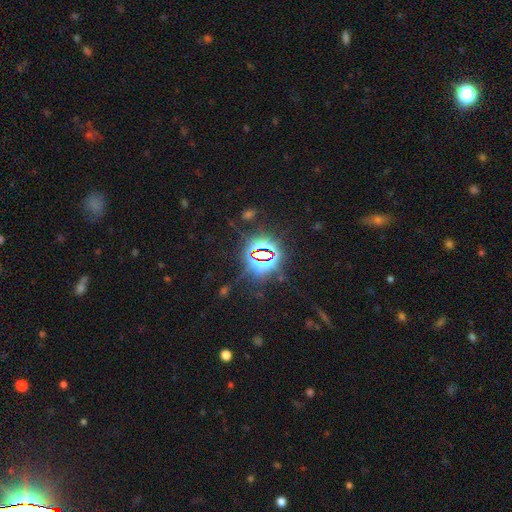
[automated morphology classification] Smooth or featured? star or artifact (83%)